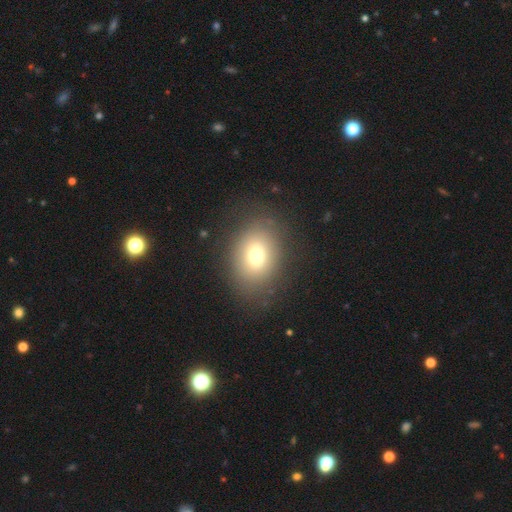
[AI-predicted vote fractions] The model was most divided on "how rounded": in between: 60%, round: 39%, cigar-shaped: 1%. More confident: merging — none (82%); smooth or featured — smooth (74%).